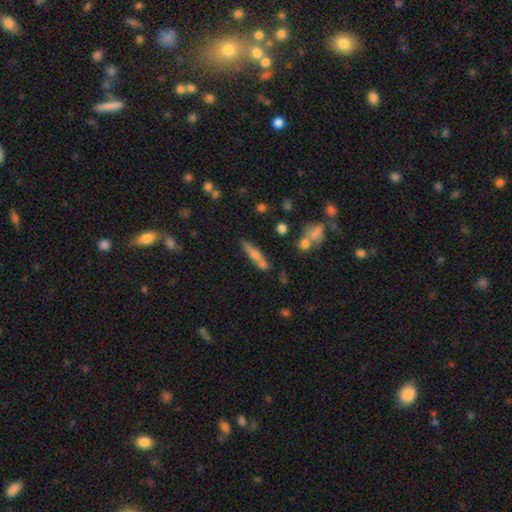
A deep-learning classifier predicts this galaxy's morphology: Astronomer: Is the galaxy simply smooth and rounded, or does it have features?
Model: smooth — 57% (runner-up: featured or disk, 34%).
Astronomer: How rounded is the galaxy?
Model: cigar-shaped — 78%.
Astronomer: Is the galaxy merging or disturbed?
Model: none — 61%.